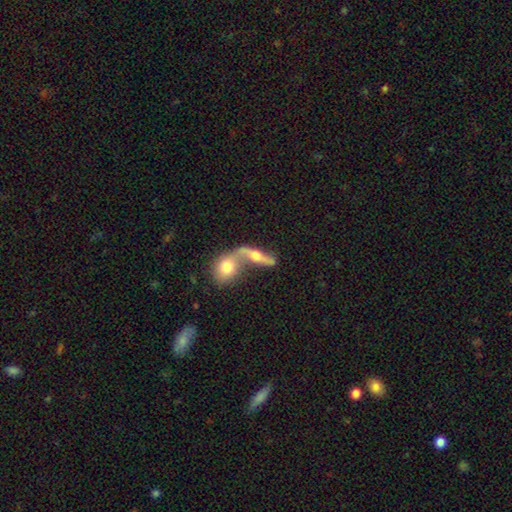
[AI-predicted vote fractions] Smooth or featured: featured or disk — 51% (smooth — 40%)
Edge-on disk: no — 63% (yes — 37%)
Merging: merger — 70% (none — 17%)